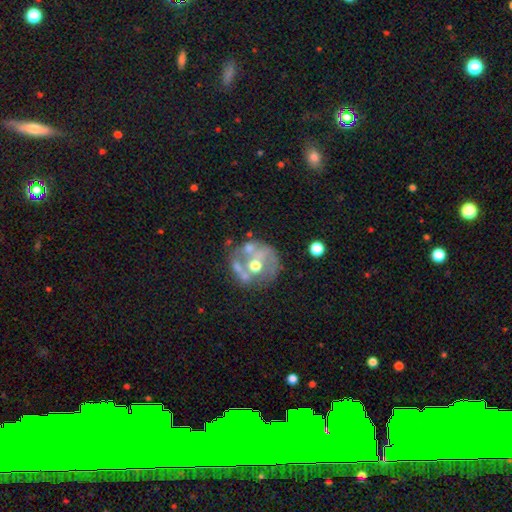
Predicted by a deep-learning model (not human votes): Smooth or featured? featured or disk (67%)
Edge-on disk? no (96%)
Bar? no (65%)
Spiral arms? no (63%)
Bulge size? moderate (70%)
Merging? none (53%)